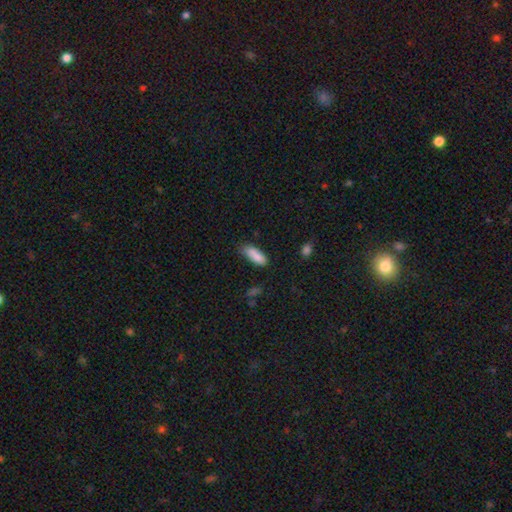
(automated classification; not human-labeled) The model was most divided on "merging": none: 52%, minor disturbance: 30%, merger: 10%, major disturbance: 8%. More confident: smooth or featured — smooth (83%); how rounded — in between (70%).